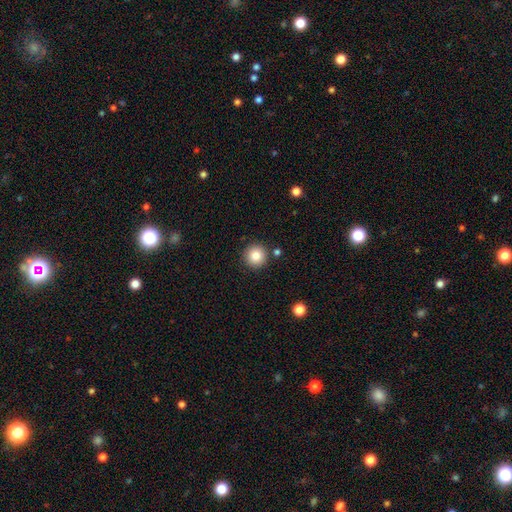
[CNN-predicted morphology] This appears to be a smooth galaxy with no disk features (84%) that is round (96%). Merging: none (88%).